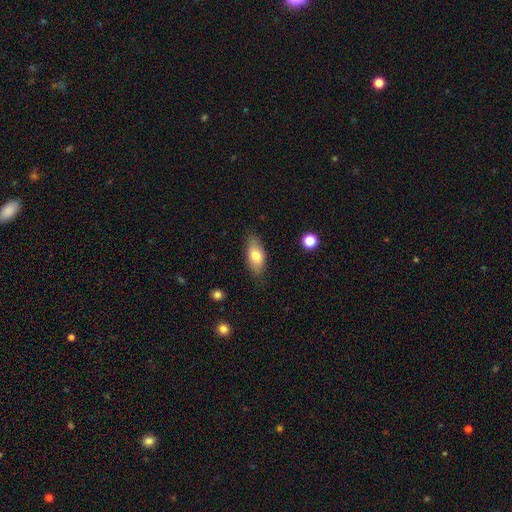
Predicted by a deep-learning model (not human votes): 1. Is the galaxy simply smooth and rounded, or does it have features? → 78% smooth, 15% featured or disk, 7% star or artifact.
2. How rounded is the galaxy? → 88% in between, 9% cigar-shaped, 3% round.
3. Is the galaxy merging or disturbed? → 81% none, 15% minor disturbance, 3% major disturbance, 1% merger.